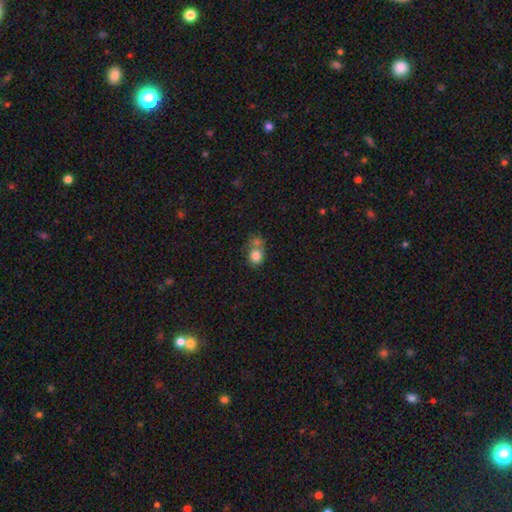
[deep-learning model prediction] Smooth or featured?
  - smooth: 80% *
  - featured or disk: 10%
  - star or artifact: 10%
How rounded?
  - round: 72% *
  - in between: 27%
  - cigar-shaped: 1%
Merging?
  - merger: 44% *
  - none: 38%
  - minor disturbance: 12%
  - major disturbance: 6%